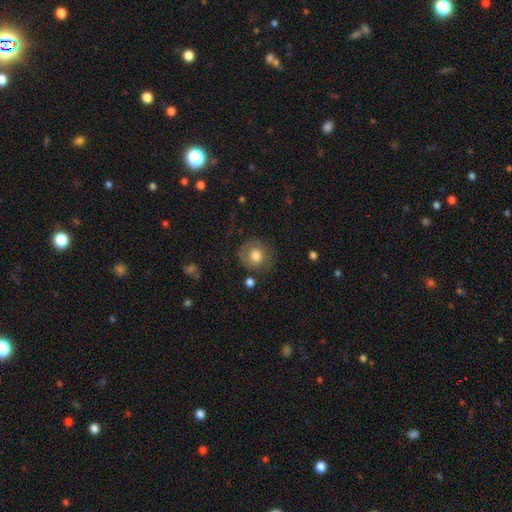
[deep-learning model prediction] Smooth or featured: smooth — 70% (featured or disk — 21%)
How rounded: round — 84% (in between — 15%)
Merging: none — 71% (minor disturbance — 18%)